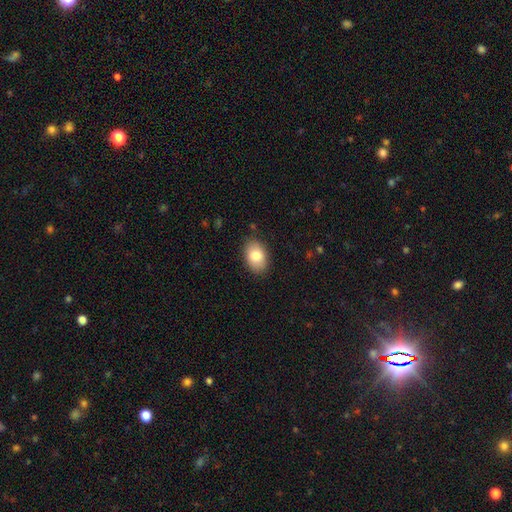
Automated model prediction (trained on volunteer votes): This is clearly a smooth galaxy (82%). How rounded: clearly in between (87%). Merging: clearly none (86%).